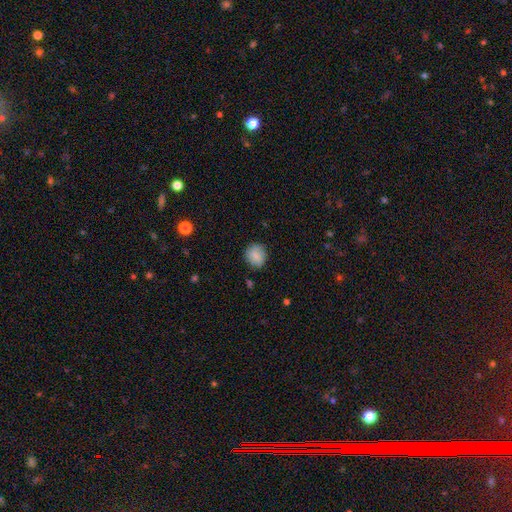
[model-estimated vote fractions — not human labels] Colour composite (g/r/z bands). It shows a smooth galaxy with no disk features (82%) that is round (78%). Merging: none (79%).